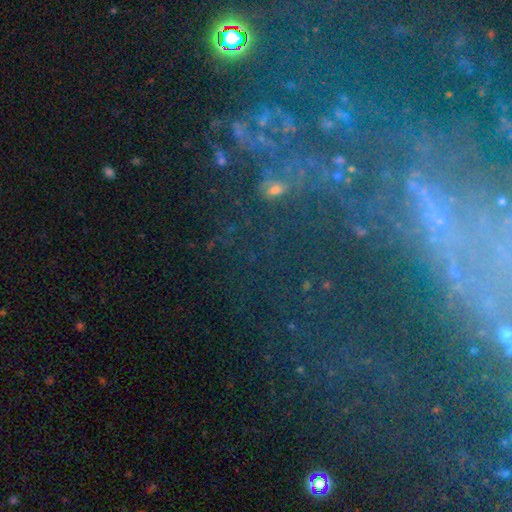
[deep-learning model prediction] Smooth or featured? Predicted: star or artifact (p=0.49).